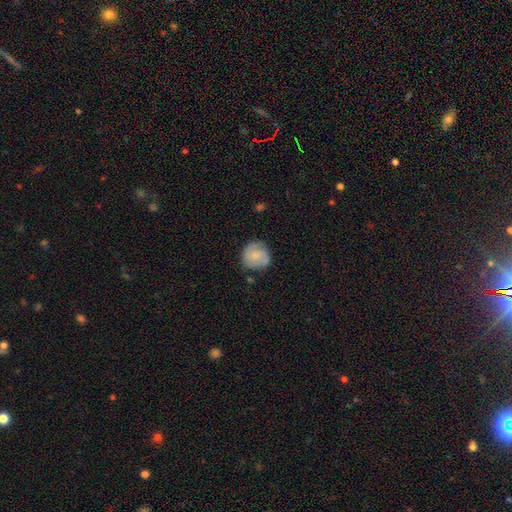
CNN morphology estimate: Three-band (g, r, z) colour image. It shows a smooth galaxy with no disk features (72%) that is round (89%). Merging: none (68%).